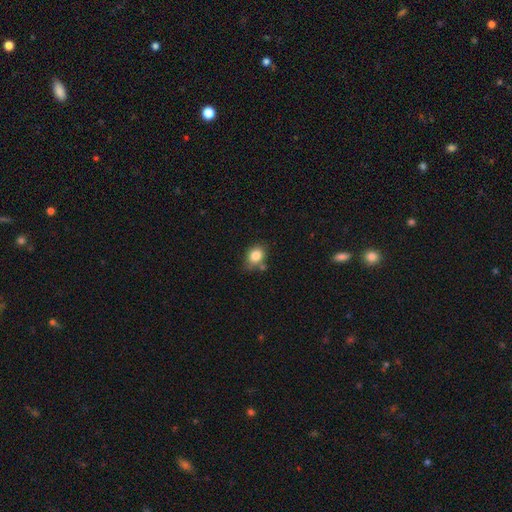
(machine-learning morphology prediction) smooth-or-featured: smooth: 83% | star or artifact: 9% | featured or disk: 7%
  how-rounded: in between: 56% | round: 43% | cigar-shaped: 1%
  merging: none: 62% | minor disturbance: 22% | merger: 10% | major disturbance: 5%